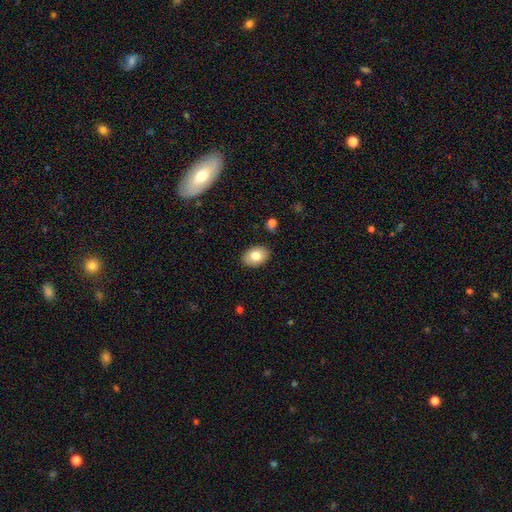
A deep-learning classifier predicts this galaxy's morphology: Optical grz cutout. It shows a smooth galaxy with no disk features (82%) that is in between round and cigar-shaped (87%). Merging: none (88%).